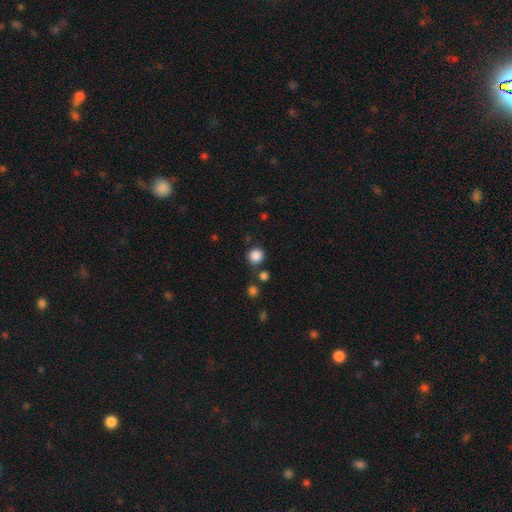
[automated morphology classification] This is clearly a smooth galaxy (85%). How rounded: clearly round (93%). Merging: clearly none (83%).